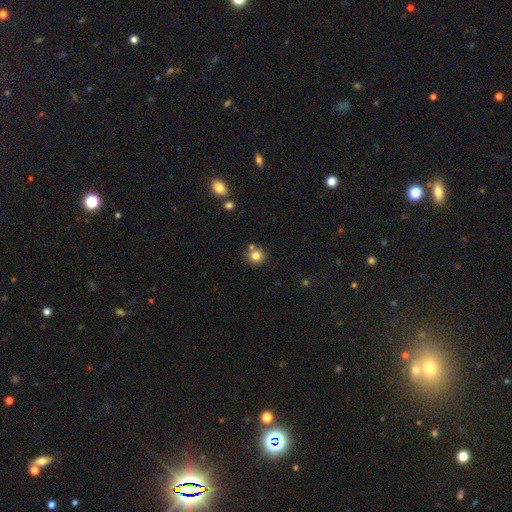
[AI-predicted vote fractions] A smooth galaxy with no disk features (81%) that is round (90%).

Vote fractions:
- Smooth or featured? smooth: 81% / star or artifact: 11% / featured or disk: 8%
- How rounded? round: 90% / in between: 9% / cigar-shaped: 1%
- Merging? none: 73% / merger: 15% / minor disturbance: 10% / major disturbance: 3%